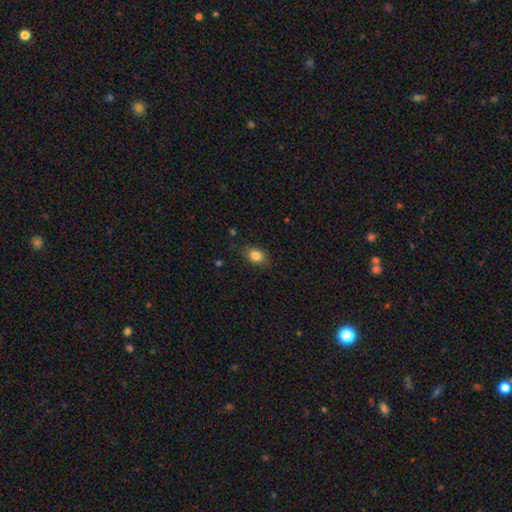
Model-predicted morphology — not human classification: smooth_or_featured: smooth (p=0.84) [alt: star or artifact p=0.09]
how_rounded: in between (p=0.71) [alt: round p=0.27]
merging: none (p=0.81) [alt: minor disturbance p=0.15]